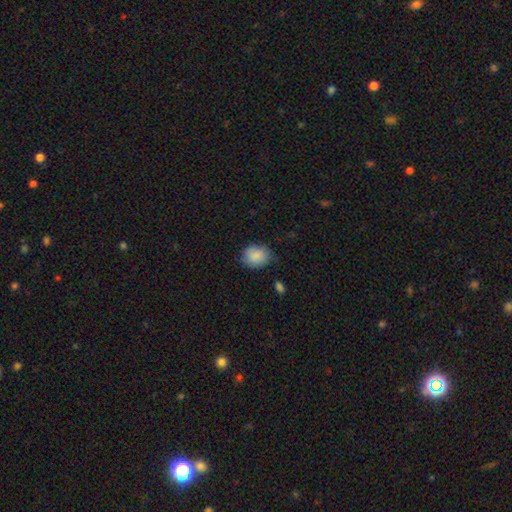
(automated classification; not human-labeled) A smooth galaxy with no disk features (87%) that is round (55%). Merging: none (74%).